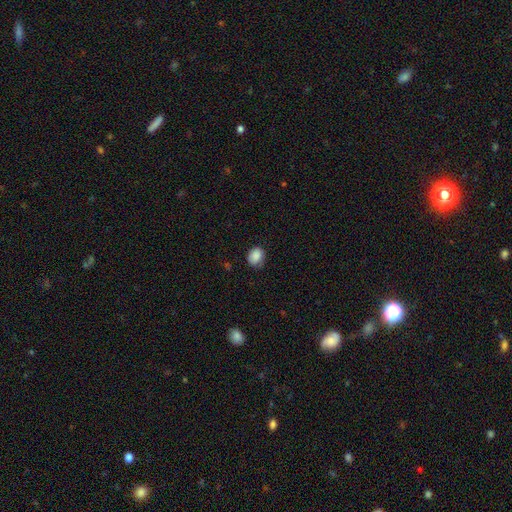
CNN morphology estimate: smooth_or_featured: smooth (p=0.87) [alt: star or artifact p=0.08]
how_rounded: in between (p=0.50) [alt: round p=0.49]
merging: none (p=0.71) [alt: minor disturbance p=0.23]